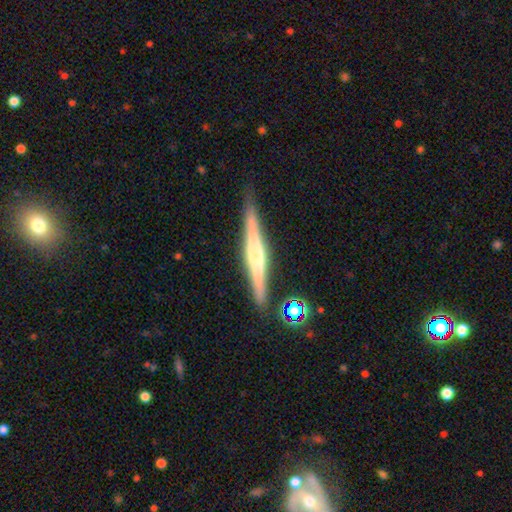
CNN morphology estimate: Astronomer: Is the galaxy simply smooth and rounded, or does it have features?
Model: featured or disk — 64%.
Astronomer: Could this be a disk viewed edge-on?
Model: yes — 97%.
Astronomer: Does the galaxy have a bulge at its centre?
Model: rounded — 60%.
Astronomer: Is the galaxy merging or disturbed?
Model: none — 85%.